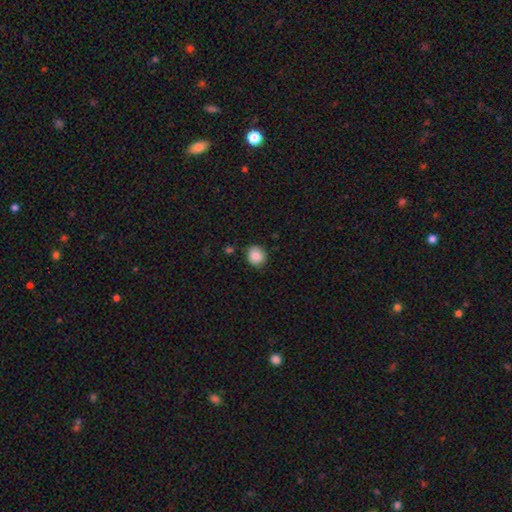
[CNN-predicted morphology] Smooth or featured? Predicted: smooth (p=0.85). How rounded? Predicted: round (p=0.82). Merging? Predicted: none (p=0.87).